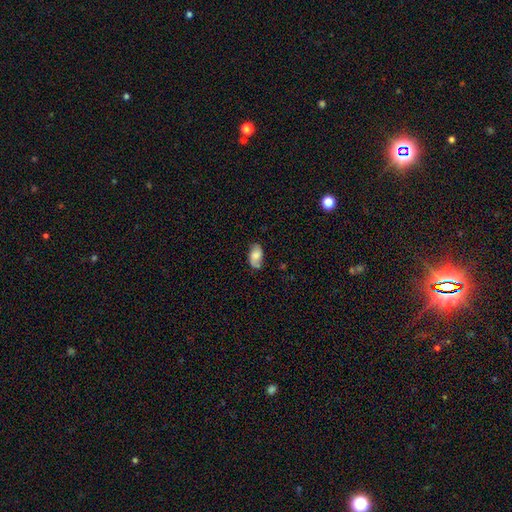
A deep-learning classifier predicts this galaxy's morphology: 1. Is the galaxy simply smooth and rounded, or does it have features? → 60% smooth, 32% featured or disk, 9% star or artifact.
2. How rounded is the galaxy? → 92% in between, 6% round, 2% cigar-shaped.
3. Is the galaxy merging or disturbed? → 66% none, 25% minor disturbance, 6% major disturbance, 3% merger.